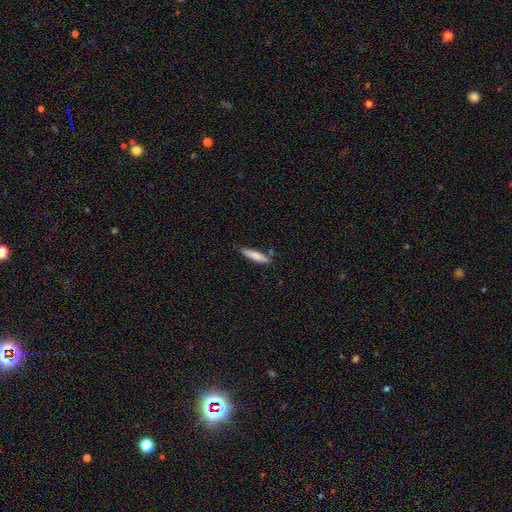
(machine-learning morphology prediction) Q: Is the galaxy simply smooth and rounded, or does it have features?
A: smooth — 81%.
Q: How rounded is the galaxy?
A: cigar-shaped — 82%.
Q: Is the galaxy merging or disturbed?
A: none — 76%.